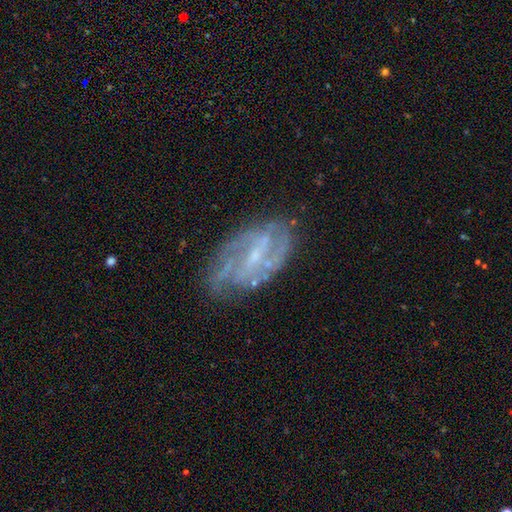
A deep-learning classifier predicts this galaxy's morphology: Overall: featured or disk (82%). Edge-on disk: no (95%). Bar: weak (49%; strong 26%). Spiral arms: yes (86%). Spiral arm count: can't tell (34%; 2 32%). Spiral winding: medium (42%; tight 39%). Bulge size: small (66%). Merging: none (66%).